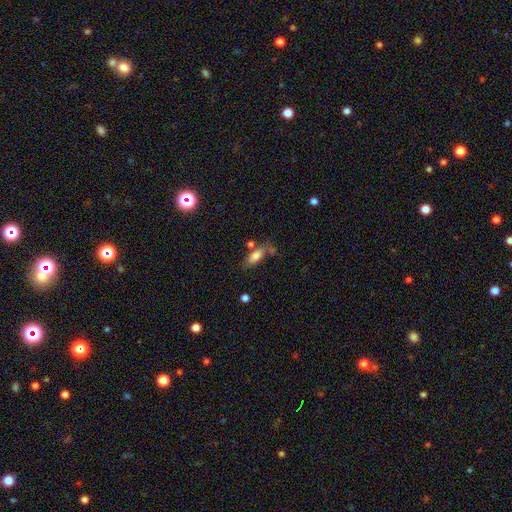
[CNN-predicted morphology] A smooth galaxy with no disk features (74%) that is in between round and cigar-shaped (74%). Merging: none (49%).